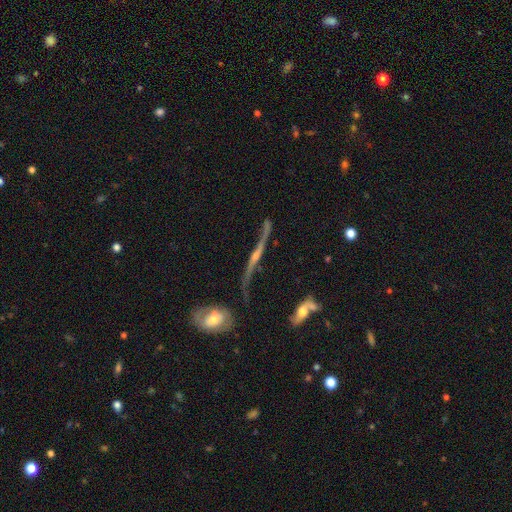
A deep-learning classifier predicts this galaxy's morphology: Smooth or featured? featured or disk (82%)
Edge-on disk? yes (75%)
Edge-on bulge? rounded (71%)
Merging? none (63%)